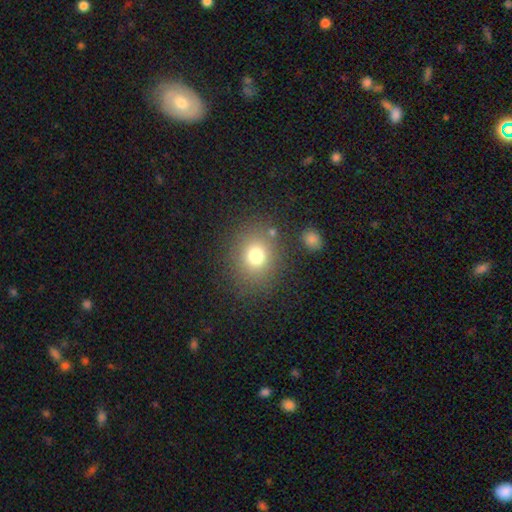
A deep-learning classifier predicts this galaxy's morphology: Smooth or featured? smooth (75%)
How rounded? round (66%)
Merging? none (81%)